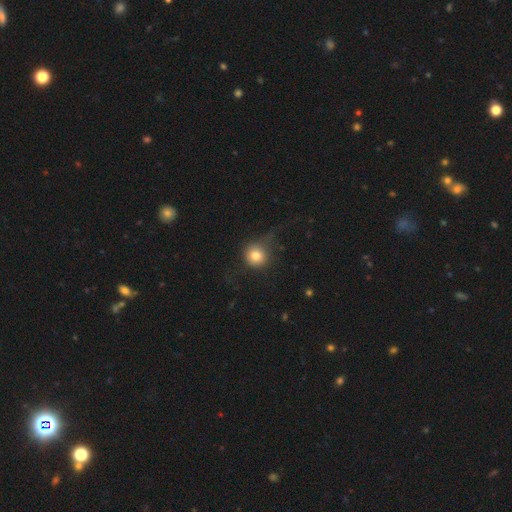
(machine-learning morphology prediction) type=smooth (77%); roundness=round (92%); merging=none (60%).